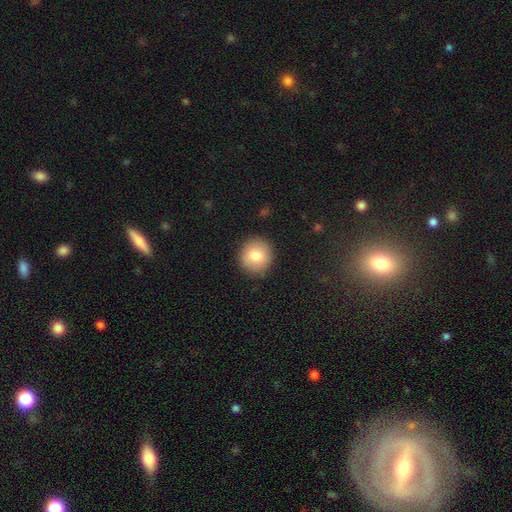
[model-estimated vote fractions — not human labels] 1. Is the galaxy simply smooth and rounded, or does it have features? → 80% smooth, 11% featured or disk, 8% star or artifact.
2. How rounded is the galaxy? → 90% round, 9% in between, 1% cigar-shaped.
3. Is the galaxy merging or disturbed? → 89% none, 8% minor disturbance, 2% major disturbance, 1% merger.